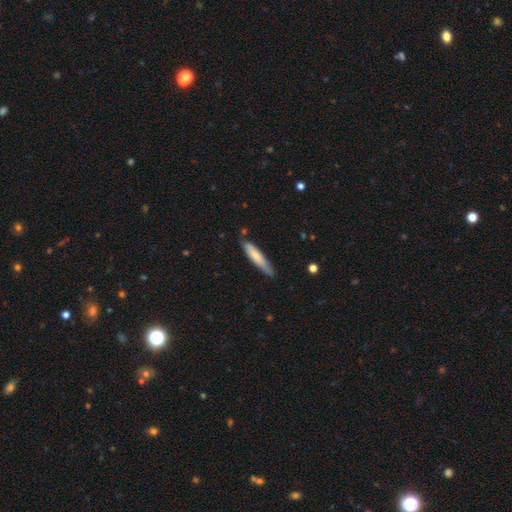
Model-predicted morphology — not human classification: This appears to be a smooth galaxy with no disk features (71%) that is cigar-shaped (87%). Merging: none (77%).